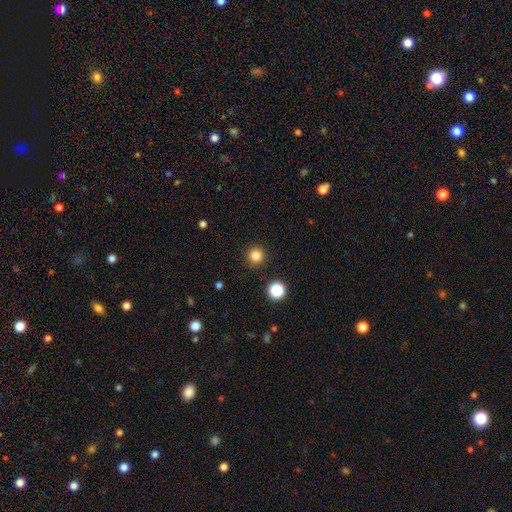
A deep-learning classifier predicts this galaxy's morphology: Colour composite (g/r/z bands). It shows a smooth galaxy with no disk features (83%) that is round (96%). Merging: none (92%).